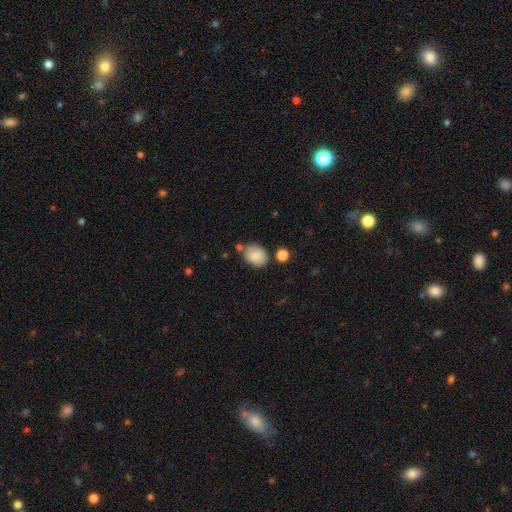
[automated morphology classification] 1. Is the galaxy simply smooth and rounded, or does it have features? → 83% smooth, 9% featured or disk, 8% star or artifact.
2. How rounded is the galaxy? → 66% in between, 33% round, 1% cigar-shaped.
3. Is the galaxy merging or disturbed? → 68% none, 18% minor disturbance, 9% merger, 4% major disturbance.